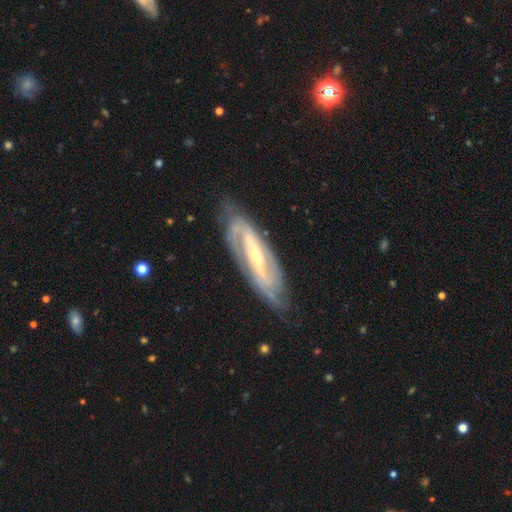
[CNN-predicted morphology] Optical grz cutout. It shows a featured or disk galaxy (86%) with a strong bar (58%), 2 (74%) tight (41%) spiral arms (91%) and a small central bulge (61%). Merging: none (77%).